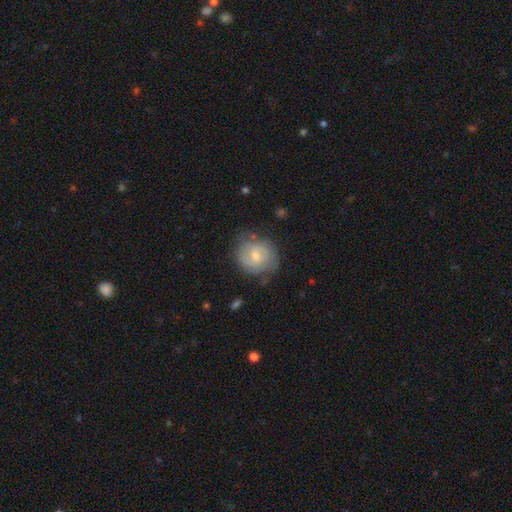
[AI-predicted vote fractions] Smooth or featured? featured or disk (59%)
Edge-on disk? no (98%)
Bar? weak (51%)
Spiral arms? yes (86%)
Bulge size? moderate (49%)
Merging? none (72%)